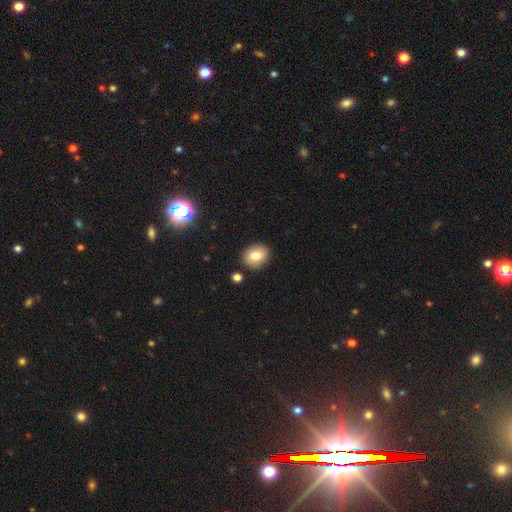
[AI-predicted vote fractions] Q: Smooth or featured?
A: smooth (78%); runner-up: featured or disk (12%)
Q: How rounded?
A: round (61%); runner-up: in between (38%)
Q: Merging?
A: none (86%); runner-up: minor disturbance (9%)